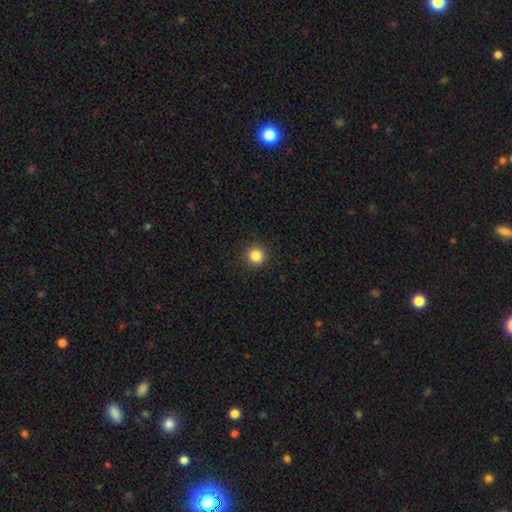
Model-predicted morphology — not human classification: type=smooth (85%); roundness=round (95%); merging=none (92%).